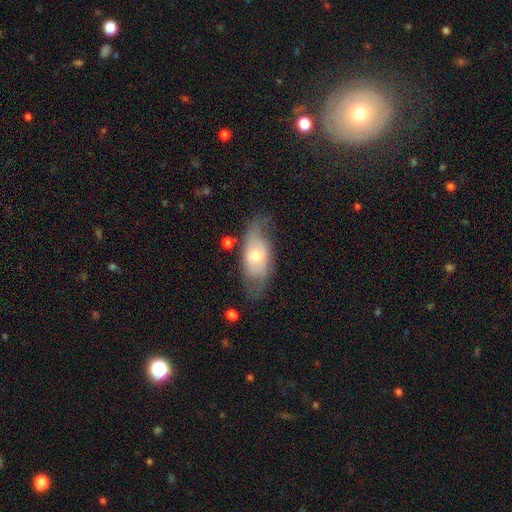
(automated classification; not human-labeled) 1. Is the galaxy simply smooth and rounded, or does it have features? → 56% featured or disk, 37% smooth, 7% star or artifact.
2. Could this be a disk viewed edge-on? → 86% no, 14% yes.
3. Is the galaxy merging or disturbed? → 60% none, 25% minor disturbance, 12% major disturbance, 3% merger.